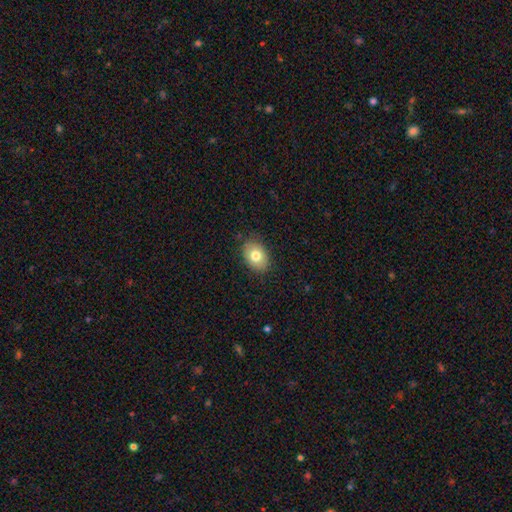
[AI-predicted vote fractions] This appears to be a smooth galaxy with no disk features (77%) that is in between round and cigar-shaped (74%). Merging: none (85%).